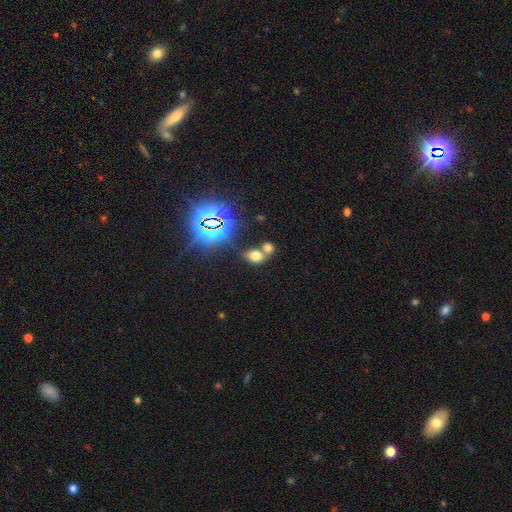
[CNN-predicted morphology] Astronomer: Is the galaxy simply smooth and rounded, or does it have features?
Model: smooth — 61%.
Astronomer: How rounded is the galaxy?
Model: in between — 71%.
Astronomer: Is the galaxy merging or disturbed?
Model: merger — 46% (runner-up: none, 41%).